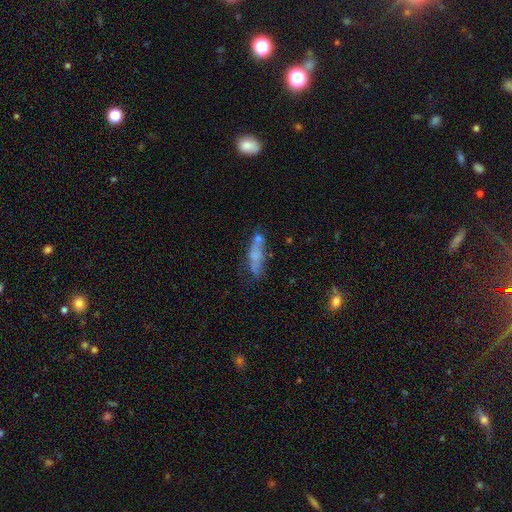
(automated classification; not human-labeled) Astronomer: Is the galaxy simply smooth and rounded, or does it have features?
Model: smooth — 54% (runner-up: featured or disk, 34%).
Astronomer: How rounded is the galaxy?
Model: cigar-shaped — 61% (runner-up: in between, 36%).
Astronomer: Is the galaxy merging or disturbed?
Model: none — 45% (runner-up: minor disturbance, 22%).